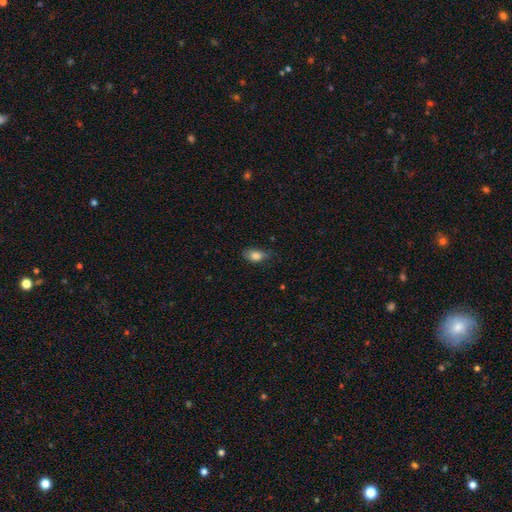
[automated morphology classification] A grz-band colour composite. It shows a smooth galaxy with no disk features (79%) that is in between round and cigar-shaped (85%). Merging: none (60%).